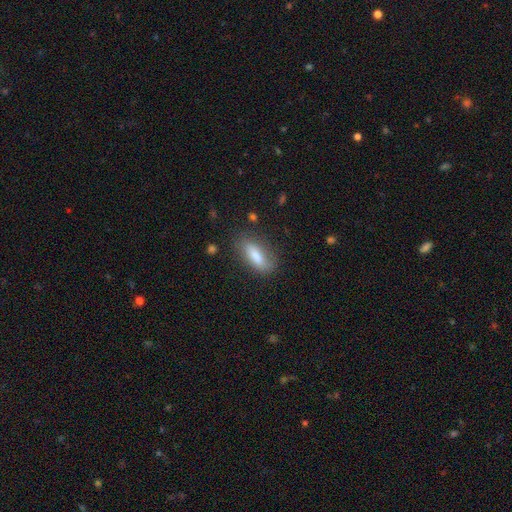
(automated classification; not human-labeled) This appears to be a smooth galaxy with no disk features (79%) that is in between round and cigar-shaped (64%). Merging: none (75%).